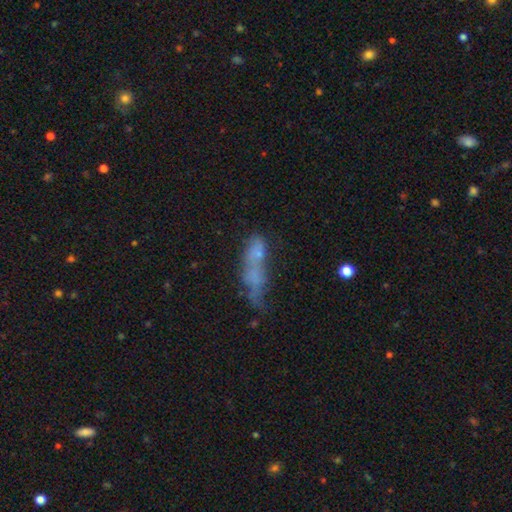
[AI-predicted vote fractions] This is possibly a smooth galaxy (52%). How rounded: possibly cigar-shaped (48%). Merging: marginally merger (32%).